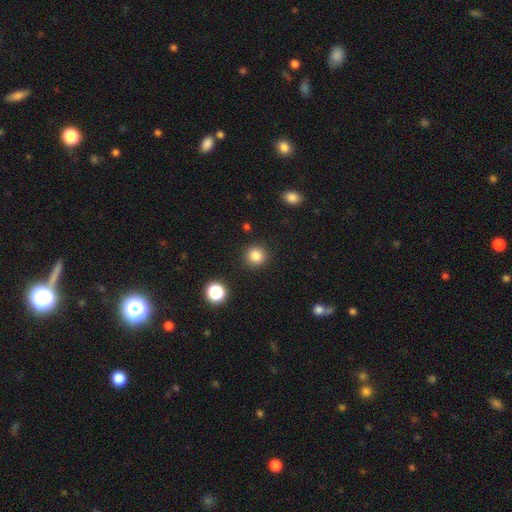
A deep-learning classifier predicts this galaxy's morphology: Smooth or featured? Predicted: smooth (p=0.84). How rounded? Predicted: round (p=0.93). Merging? Predicted: none (p=0.90).